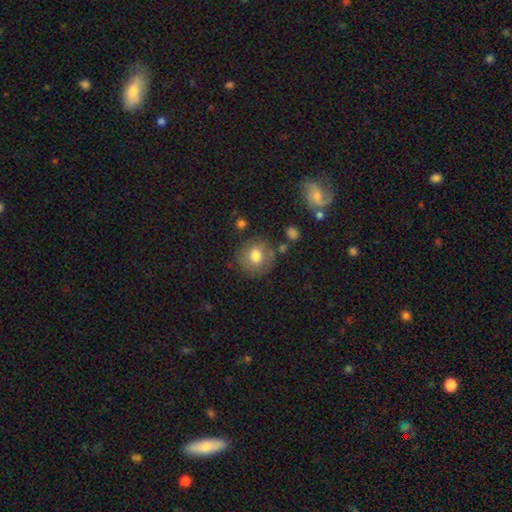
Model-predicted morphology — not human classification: type=smooth (72%); roundness=round (85%); merging=none (76%).